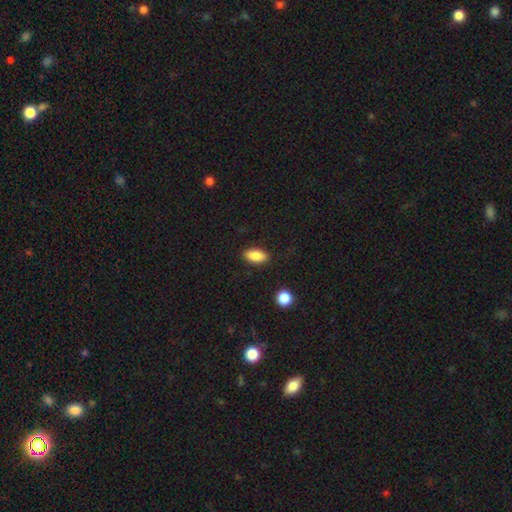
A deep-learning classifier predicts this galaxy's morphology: The model was most divided on "merging": none: 88%, minor disturbance: 8%, major disturbance: 2%, merger: 1%. More confident: how rounded — in between (91%); smooth or featured — smooth (88%).